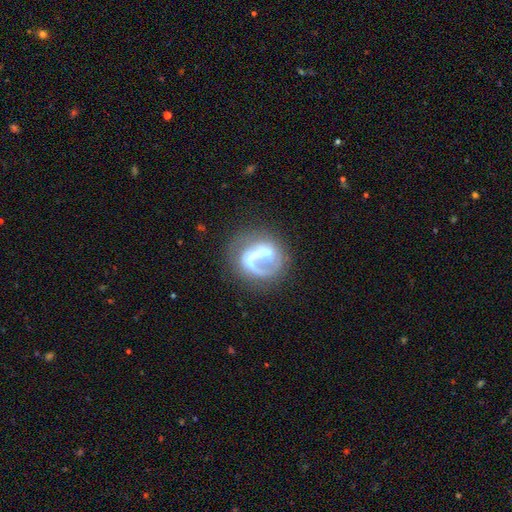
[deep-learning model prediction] featured or disk 66%, smooth 24%, star or artifact 10%. Down the decision tree: edge-on disk — no (97%); bar — no (44%); spiral arms — yes (54%); bulge size — small (36%); merging — none (46%).